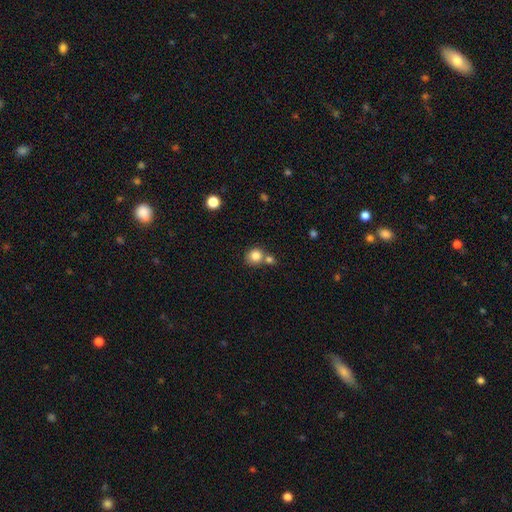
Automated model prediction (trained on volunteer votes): This is clearly a smooth galaxy (83%). How rounded: clearly round (83%). Merging: possibly none (56%).